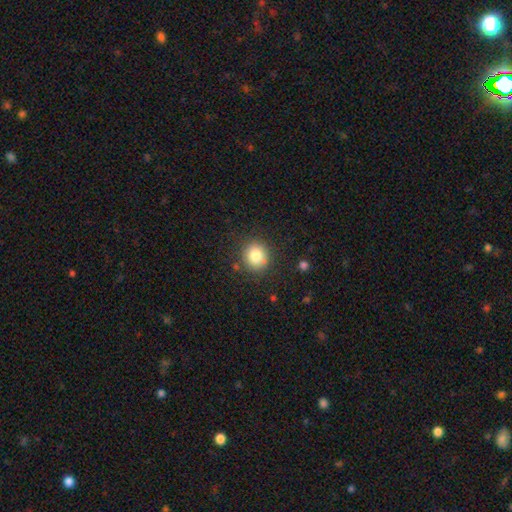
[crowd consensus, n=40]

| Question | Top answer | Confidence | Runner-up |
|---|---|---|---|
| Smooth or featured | smooth | 82% | featured or disk (10%) |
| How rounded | round | 76% | in between (24%) |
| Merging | none | 81% | minor disturbance (14%) |